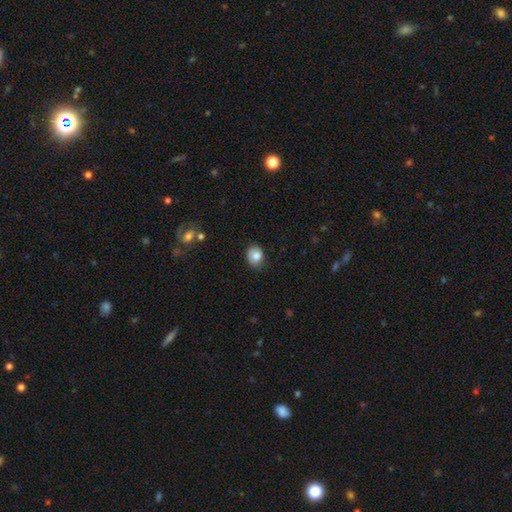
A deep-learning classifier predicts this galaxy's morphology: A smooth galaxy with no disk features (83%) that is round (53%).

Vote fractions:
- Smooth or featured? smooth: 83% / featured or disk: 9% / star or artifact: 9%
- How rounded? round: 53% / in between: 46% / cigar-shaped: 1%
- Merging? none: 70% / minor disturbance: 23% / major disturbance: 5% / merger: 2%